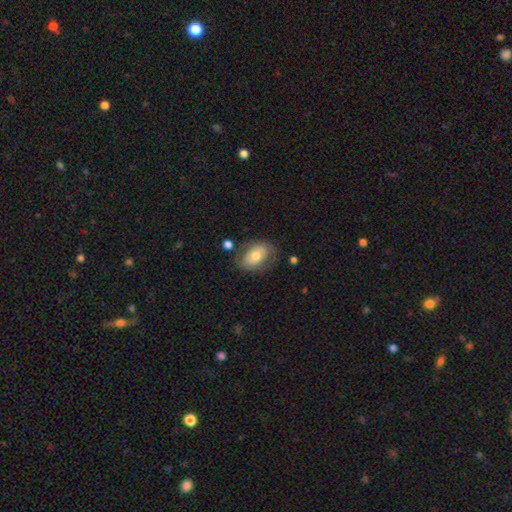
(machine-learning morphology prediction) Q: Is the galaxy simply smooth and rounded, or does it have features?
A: smooth — 63%.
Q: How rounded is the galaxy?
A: in between — 84%.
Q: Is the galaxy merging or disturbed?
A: none — 65%.